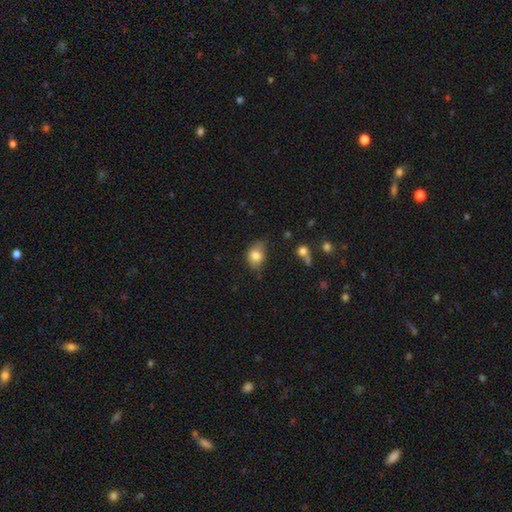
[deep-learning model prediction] smooth 80%, featured or disk 12%, star or artifact 9%. Down the decision tree: how rounded — in between (68%); merging — none (59%).